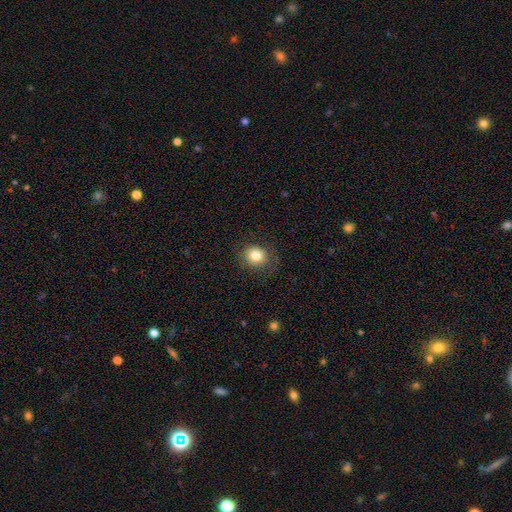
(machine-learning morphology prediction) Smooth or featured? smooth (82%)
How rounded? round (76%)
Merging? none (84%)